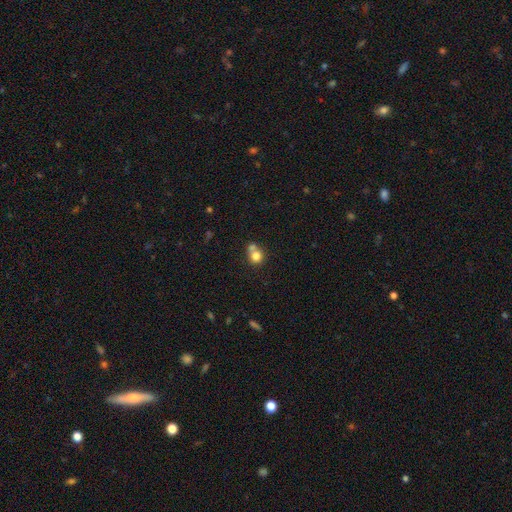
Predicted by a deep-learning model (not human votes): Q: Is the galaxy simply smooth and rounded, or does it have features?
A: smooth — 78%.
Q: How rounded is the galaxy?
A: round — 82%.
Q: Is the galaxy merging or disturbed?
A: merger — 49%.